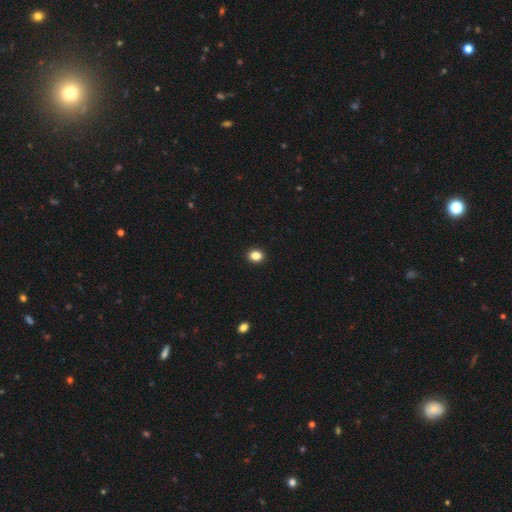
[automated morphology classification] Overall: smooth (85%). How rounded: round (58%; in between 41%). Merging: none (92%).